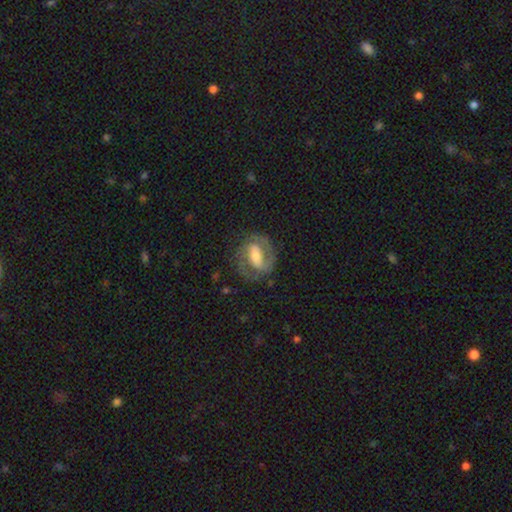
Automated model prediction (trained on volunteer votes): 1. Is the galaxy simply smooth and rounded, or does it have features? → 75% featured or disk, 19% smooth, 6% star or artifact.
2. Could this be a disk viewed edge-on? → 96% no, 4% yes.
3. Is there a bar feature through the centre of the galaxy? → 45% strong, 36% weak, 19% no.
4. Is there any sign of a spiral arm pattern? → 86% yes, 14% no.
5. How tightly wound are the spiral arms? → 49% medium, 35% tight, 17% loose.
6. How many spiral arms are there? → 83% 2, 8% can't tell, 5% 1, 2% 3, 1% 4, 1% more than 4.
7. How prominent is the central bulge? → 51% moderate, 28% small, 15% large, 4% none, 2% dominant.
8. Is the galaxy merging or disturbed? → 70% none, 17% minor disturbance, 11% major disturbance, 2% merger.